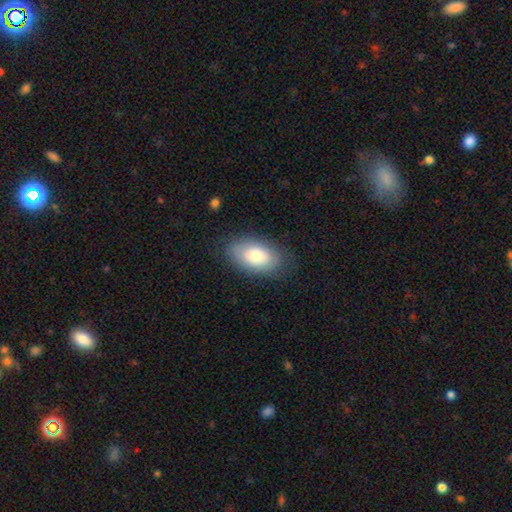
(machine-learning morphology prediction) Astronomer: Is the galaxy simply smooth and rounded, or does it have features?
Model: smooth — 77%.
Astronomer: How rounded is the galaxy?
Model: in between — 94%.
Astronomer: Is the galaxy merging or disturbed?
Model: none — 79%.